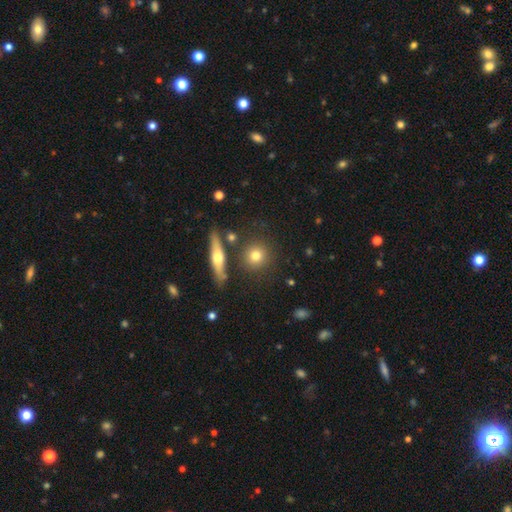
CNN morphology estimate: smooth 74%, featured or disk 17%, star or artifact 10%. Down the decision tree: how rounded — round (88%); merging — none (82%).